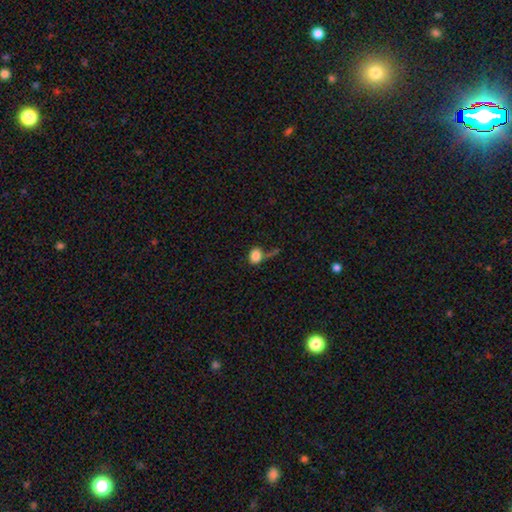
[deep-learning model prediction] Smooth or featured: smooth — 84% (star or artifact — 9%)
How rounded: round — 54% (in between — 45%)
Merging: none — 48% (minor disturbance — 19%)